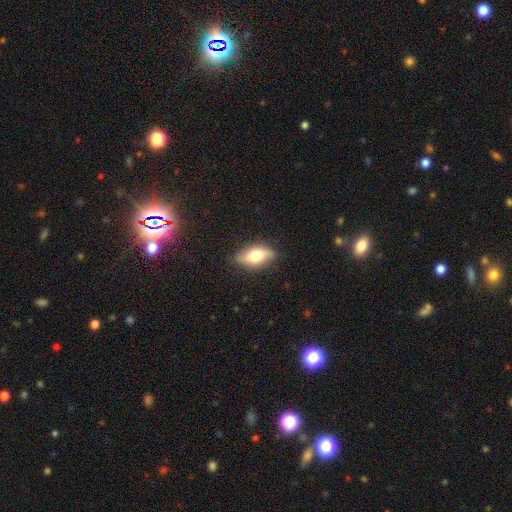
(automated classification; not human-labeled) smooth_or_featured: smooth (p=0.63) [alt: featured or disk p=0.30]
how_rounded: in between (p=0.84) [alt: cigar-shaped p=0.11]
merging: none (p=0.80) [alt: minor disturbance p=0.16]